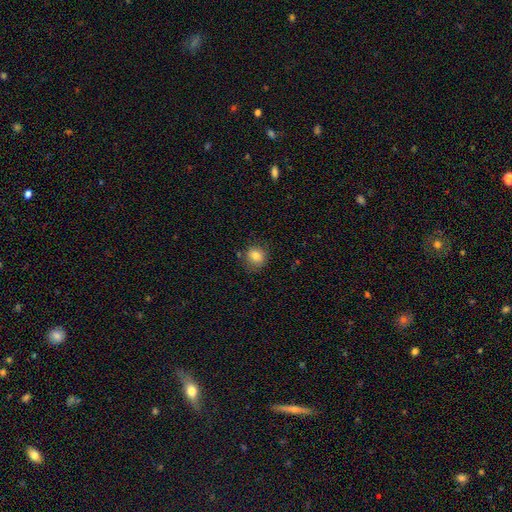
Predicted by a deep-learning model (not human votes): Smooth or featured?
  - smooth: 81% *
  - star or artifact: 11%
  - featured or disk: 8%
How rounded?
  - round: 84% *
  - in between: 15%
  - cigar-shaped: 1%
Merging?
  - none: 78% *
  - minor disturbance: 15%
  - major disturbance: 4%
  - merger: 3%